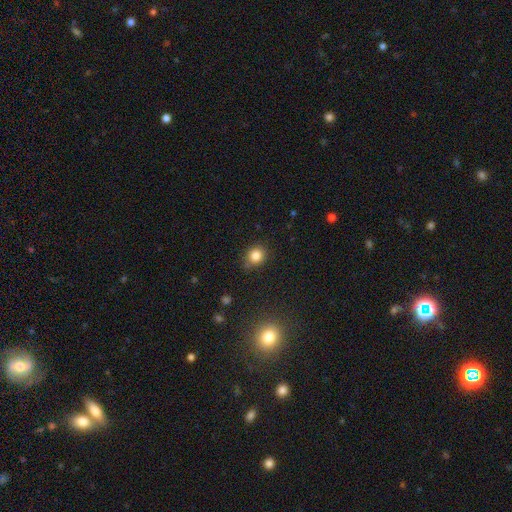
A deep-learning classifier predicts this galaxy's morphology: smooth 83%, star or artifact 11%, featured or disk 6%. Down the decision tree: how rounded — round (70%); merging — none (77%).